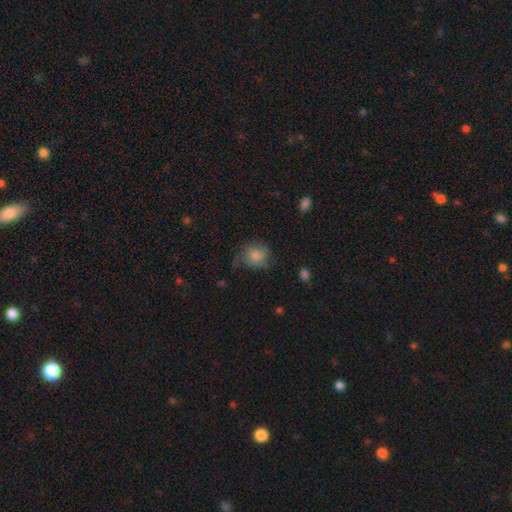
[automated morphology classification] Smooth or featured? Predicted: smooth (p=0.70). How rounded? Predicted: round (p=0.67). Merging? Predicted: none (p=0.48).